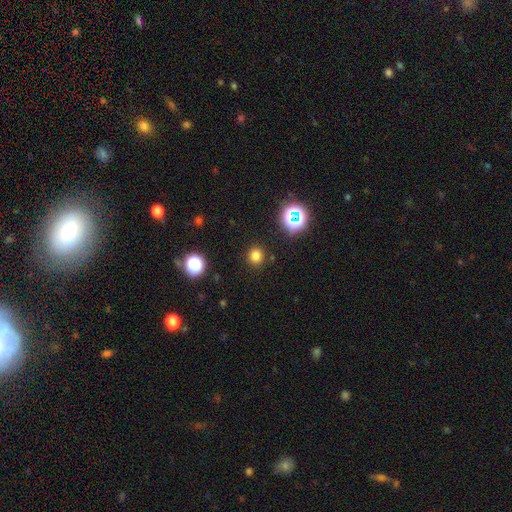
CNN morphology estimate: smooth-or-featured: smooth: 76% | star or artifact: 19% | featured or disk: 5%
  how-rounded: round: 91% | in between: 8% | cigar-shaped: 1%
  merging: none: 90% | minor disturbance: 6% | major disturbance: 2% | merger: 2%